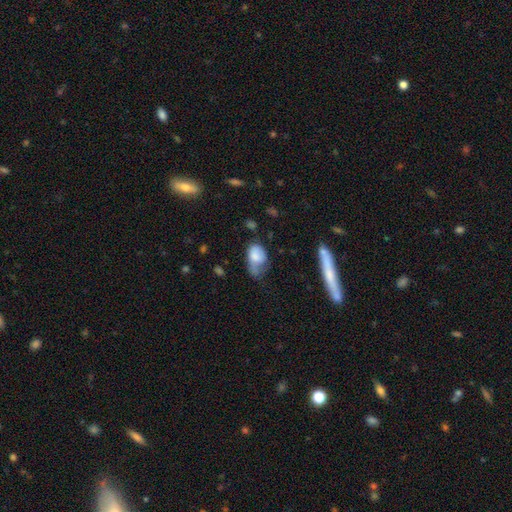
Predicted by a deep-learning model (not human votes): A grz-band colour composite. It shows a smooth galaxy with no disk features (71%) that is in between round and cigar-shaped (82%). Merging: major disturbance (36%).